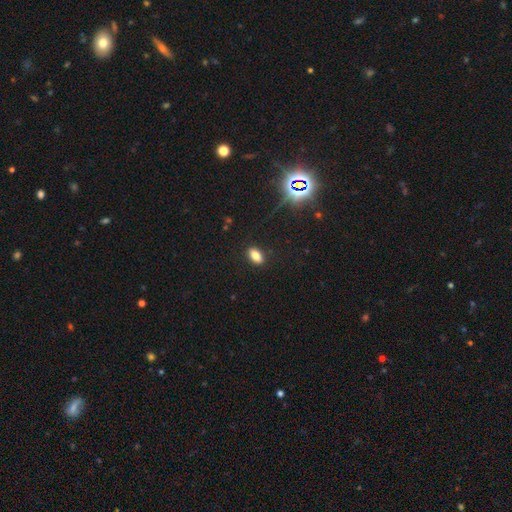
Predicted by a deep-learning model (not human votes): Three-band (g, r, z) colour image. It shows a smooth galaxy with no disk features (78%) that is in between round and cigar-shaped (89%). Merging: none (88%).